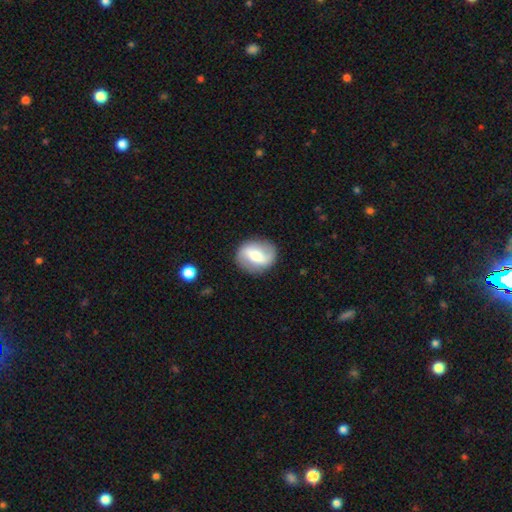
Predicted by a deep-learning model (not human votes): Morphology: type=featured or disk (58%); edge-on=no (95%); bar=strong (46%); spiral arms=yes (72%); bulge=moderate (54%); merging=none (86%).